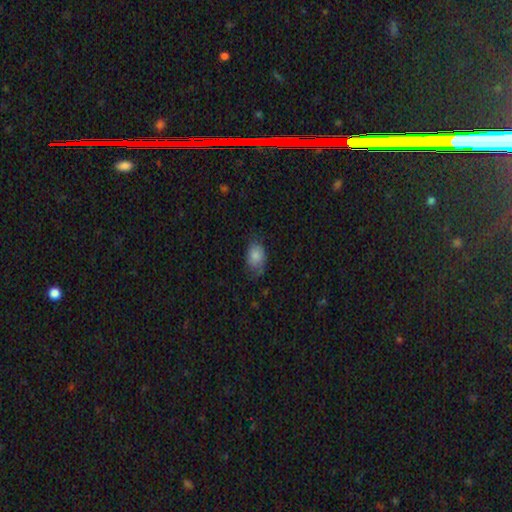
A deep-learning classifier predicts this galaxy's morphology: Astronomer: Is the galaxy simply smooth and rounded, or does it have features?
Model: smooth — 82%.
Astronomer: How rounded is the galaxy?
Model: in between — 83%.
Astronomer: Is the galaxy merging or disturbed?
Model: none — 57%.